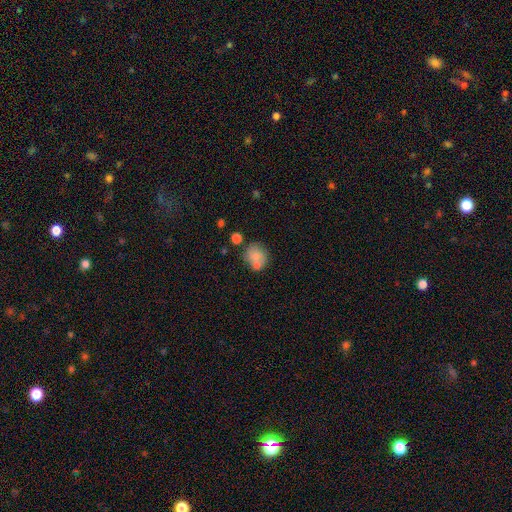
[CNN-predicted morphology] Smooth or featured? Predicted: smooth (p=0.74). How rounded? Predicted: round (p=0.78). Merging? Predicted: none (p=0.52).